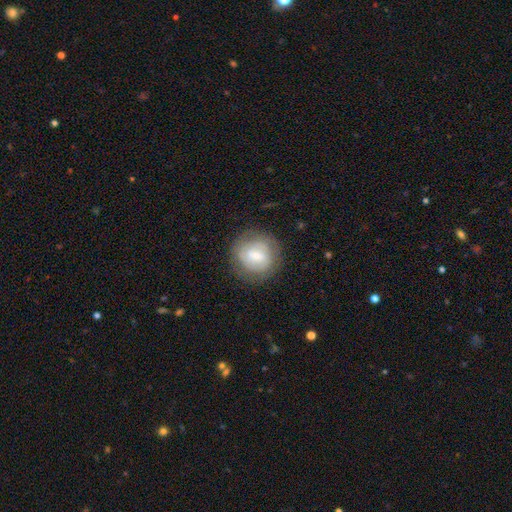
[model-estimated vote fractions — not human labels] This is possibly a featured or disk galaxy (51%). It is clearly not viewed edge-on (97%). Merging: likely none (79%).